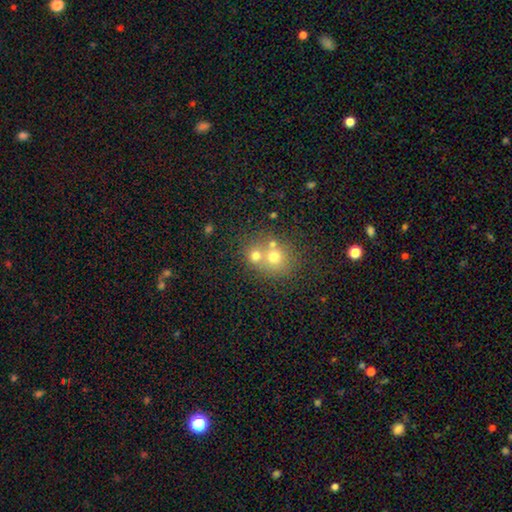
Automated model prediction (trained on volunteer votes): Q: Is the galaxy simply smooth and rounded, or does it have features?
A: smooth — 66%.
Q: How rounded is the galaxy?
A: round — 81%.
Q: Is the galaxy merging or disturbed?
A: merger — 52%.